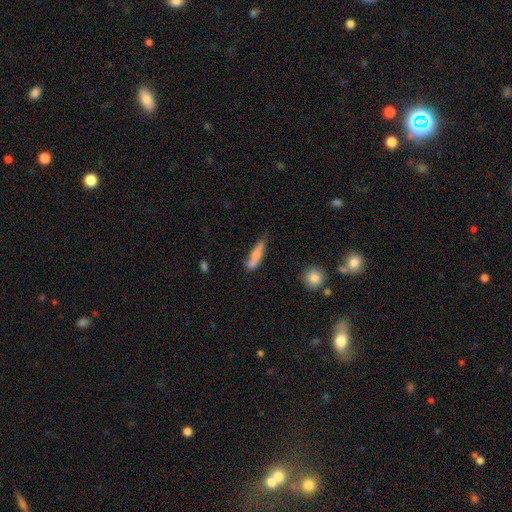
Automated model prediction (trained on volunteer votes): Q: Smooth or featured?
A: smooth (74%); runner-up: featured or disk (18%)
Q: How rounded?
A: cigar-shaped (73%); runner-up: in between (25%)
Q: Merging?
A: none (48%); runner-up: minor disturbance (31%)